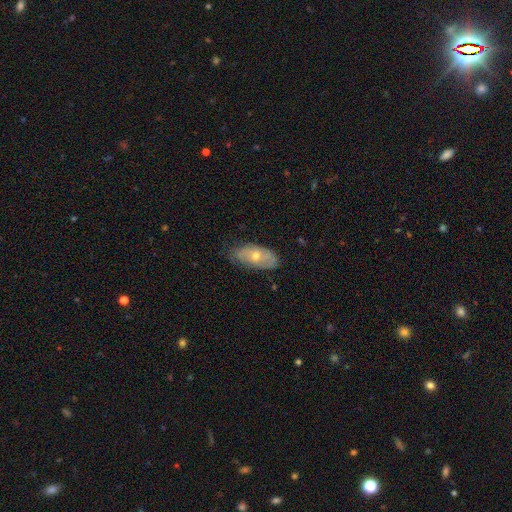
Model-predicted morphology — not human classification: Smooth or featured: featured or disk — 48% (smooth — 45%)
Merging: none — 69% (minor disturbance — 25%)